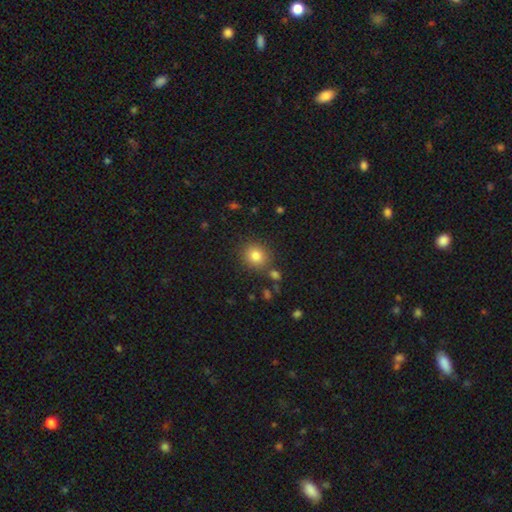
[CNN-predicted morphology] Q: Smooth or featured?
A: smooth (82%); runner-up: star or artifact (11%)
Q: How rounded?
A: round (82%); runner-up: in between (17%)
Q: Merging?
A: none (82%); runner-up: minor disturbance (9%)